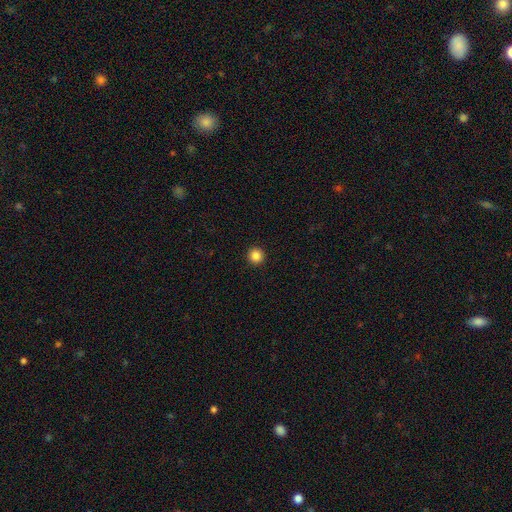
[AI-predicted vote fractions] Smooth or featured?
  - smooth: 85% *
  - star or artifact: 11%
  - featured or disk: 4%
How rounded?
  - round: 96% *
  - in between: 3%
  - cigar-shaped: 1%
Merging?
  - none: 94% *
  - minor disturbance: 4%
  - major disturbance: 1%
  - merger: 1%